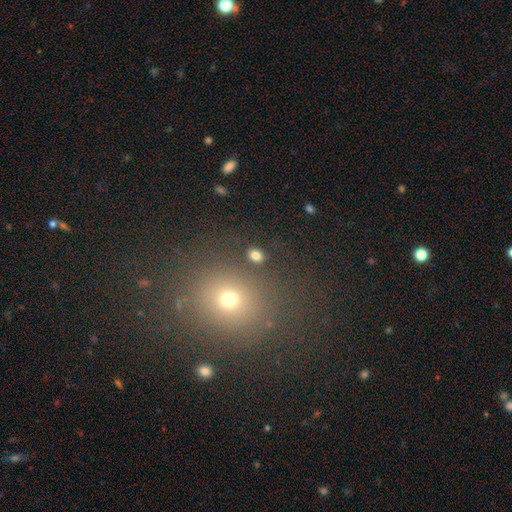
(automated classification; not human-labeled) Smooth or featured: smooth — 80% (star or artifact — 14%)
How rounded: in between — 55% (round — 43%)
Merging: none — 83% (minor disturbance — 8%)